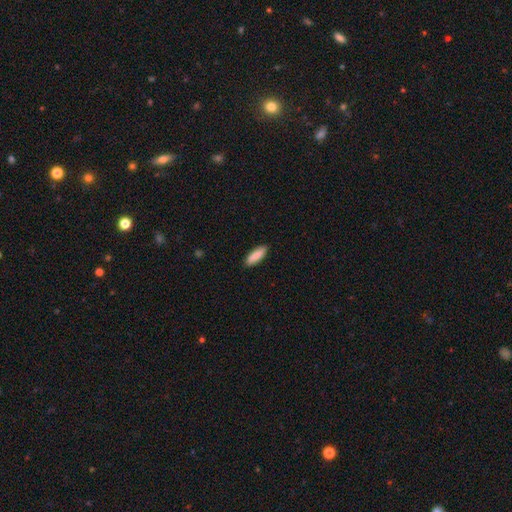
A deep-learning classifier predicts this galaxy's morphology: Smooth or featured? Predicted: smooth (p=0.87). How rounded? Predicted: in between (p=0.54). Merging? Predicted: none (p=0.89).